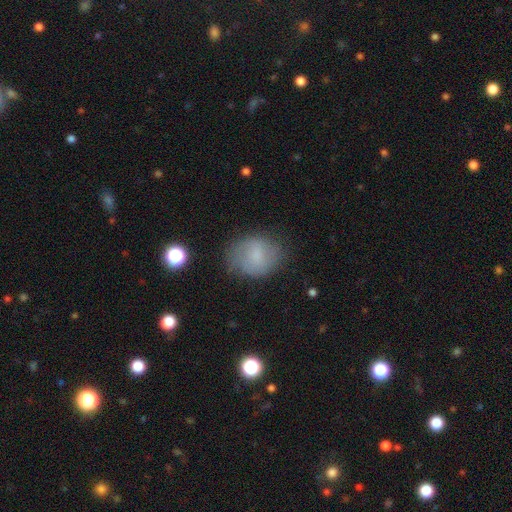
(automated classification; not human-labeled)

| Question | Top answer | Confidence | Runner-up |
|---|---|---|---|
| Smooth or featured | smooth | 63% | featured or disk (27%) |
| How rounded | in between | 51% | round (48%) |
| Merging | none | 65% | minor disturbance (24%) |